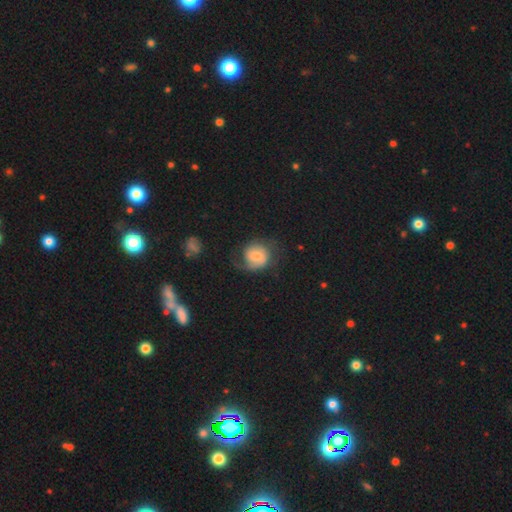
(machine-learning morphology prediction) Smooth or featured? Predicted: featured or disk (p=0.53). Edge-on disk? Predicted: no (p=0.97). Bar? Predicted: no (p=0.66). Spiral arms? Predicted: yes (p=0.86). Bulge size? Predicted: moderate (p=0.47). Merging? Predicted: none (p=0.52).